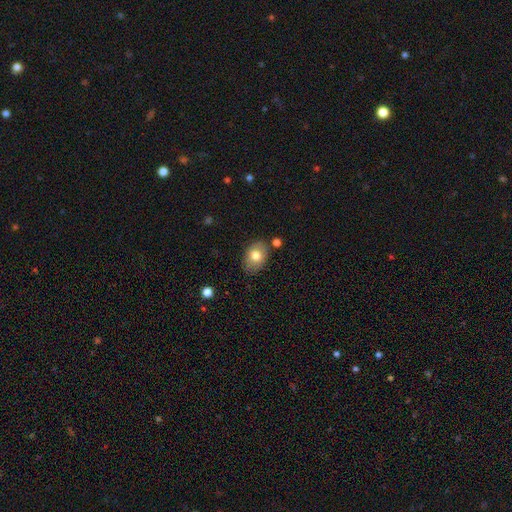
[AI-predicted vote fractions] A smooth galaxy with no disk features (77%) that is in between round and cigar-shaped (80%).

Vote fractions:
- Smooth or featured? smooth: 77% / featured or disk: 15% / star or artifact: 8%
- How rounded? in between: 80% / round: 19% / cigar-shaped: 1%
- Merging? none: 79% / minor disturbance: 14% / merger: 4% / major disturbance: 3%